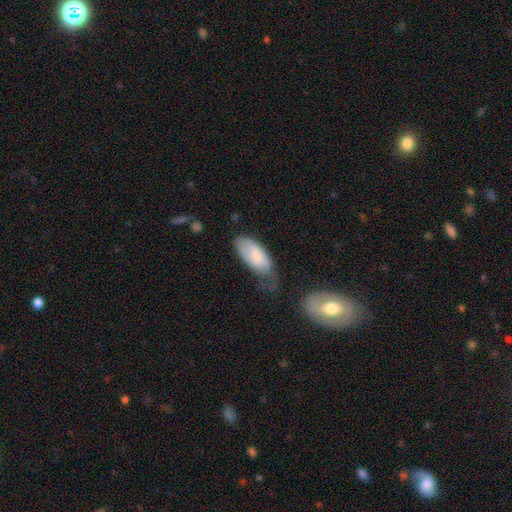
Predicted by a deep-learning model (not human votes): smooth-or-featured: smooth: 72% | featured or disk: 22% | star or artifact: 6%
  how-rounded: in between: 89% | cigar-shaped: 9% | round: 2%
  merging: minor disturbance: 38% (tied) | none: 38% (tied) | major disturbance: 20% | merger: 4%